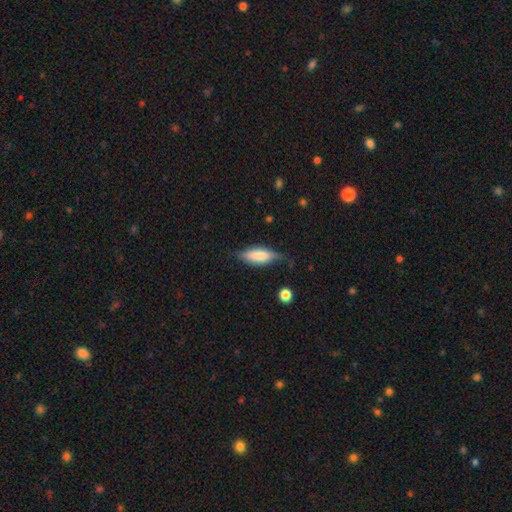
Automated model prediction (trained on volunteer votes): Q: Smooth or featured?
A: smooth (58%); runner-up: featured or disk (34%)
Q: How rounded?
A: in between (57%); runner-up: cigar-shaped (41%)
Q: Merging?
A: none (65%); runner-up: minor disturbance (26%)